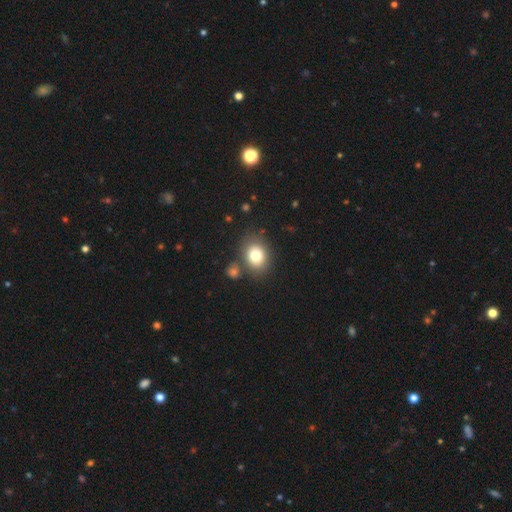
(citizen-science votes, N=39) This appears to be a smooth galaxy with no disk features (77%) that is in between round and cigar-shaped (57%). Merging: none (71%).